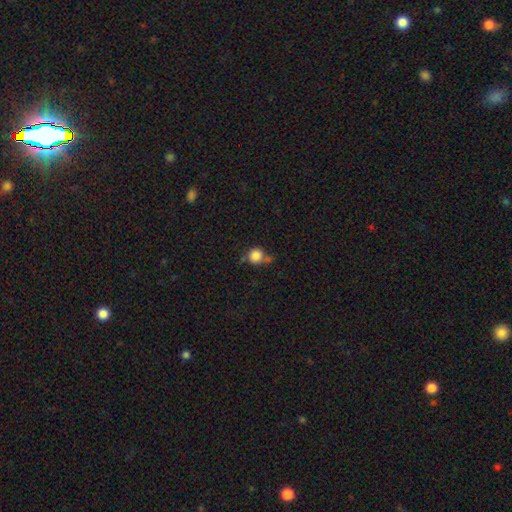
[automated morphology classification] smooth_or_featured: smooth (p=0.83) [alt: star or artifact p=0.10]
how_rounded: round (p=0.90) [alt: in between p=0.09]
merging: none (p=0.51) [alt: merger p=0.21]